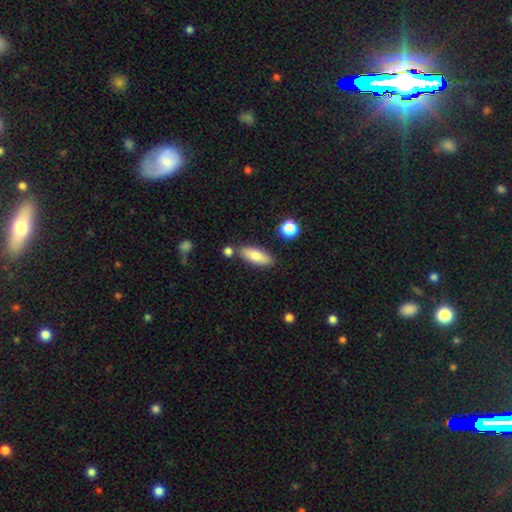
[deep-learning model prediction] Smooth or featured? Predicted: smooth (p=0.79). How rounded? Predicted: in between (p=0.64). Merging? Predicted: none (p=0.77).